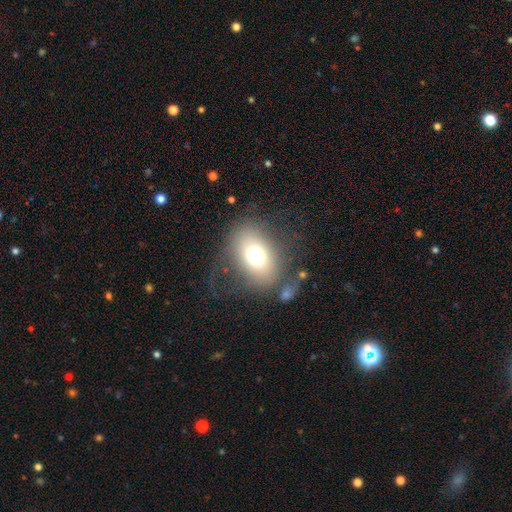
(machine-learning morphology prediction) Smooth or featured?
  - smooth: 65% *
  - featured or disk: 22%
  - star or artifact: 13%
How rounded?
  - in between: 61% *
  - round: 38%
  - cigar-shaped: 1%
Merging?
  - none: 57% *
  - major disturbance: 21%
  - minor disturbance: 17%
  - merger: 5%